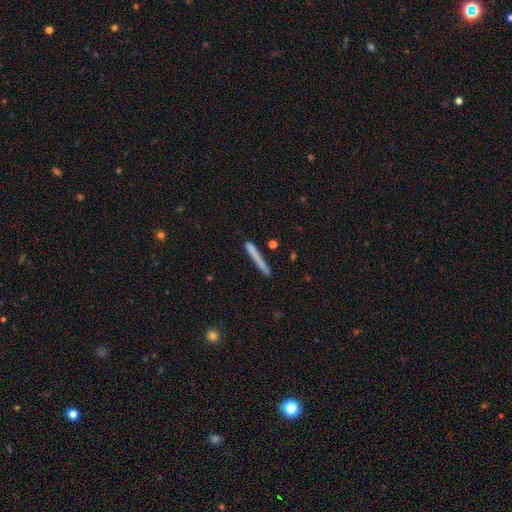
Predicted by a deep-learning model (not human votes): Smooth or featured? smooth (70%)
How rounded? cigar-shaped (97%)
Merging? none (84%)